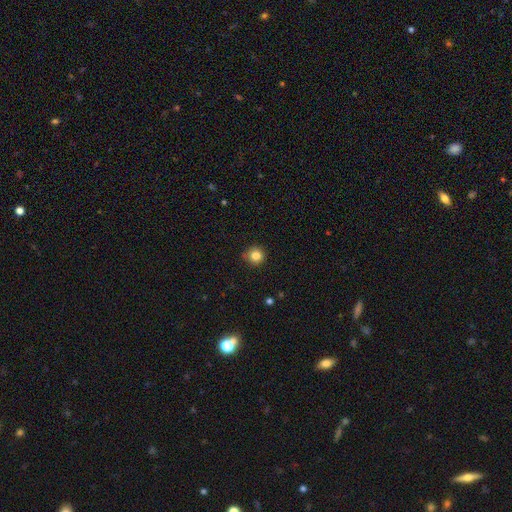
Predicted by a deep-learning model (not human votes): smooth 83%, star or artifact 11%, featured or disk 6%. Down the decision tree: how rounded — round (94%); merging — none (85%).